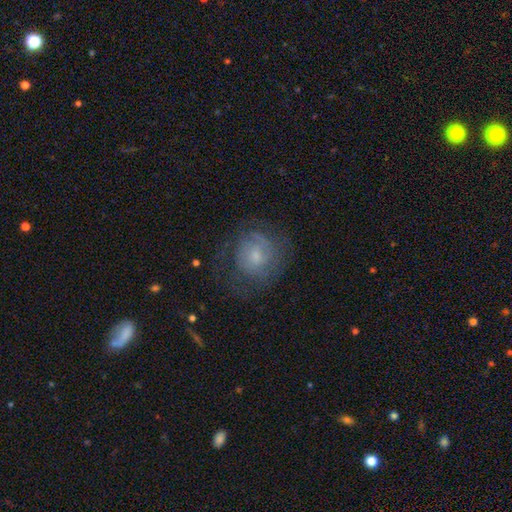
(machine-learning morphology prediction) smooth_or_featured: featured or disk (p=0.53) [alt: smooth p=0.37]
disk_edge_on: no (p=0.97) [alt: yes p=0.03]
bar: no (p=0.66) [alt: weak p=0.30]
has_spiral_arms: yes (p=0.74) [alt: no p=0.26]
bulge_size: small (p=0.58) [alt: moderate p=0.31]
merging: none (p=0.60) [alt: minor disturbance p=0.20]